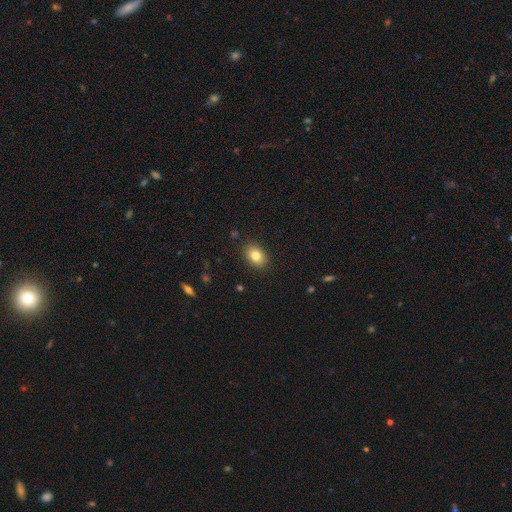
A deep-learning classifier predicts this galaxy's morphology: This appears to be a smooth galaxy with no disk features (82%) that is in between round and cigar-shaped (79%). Merging: none (87%).